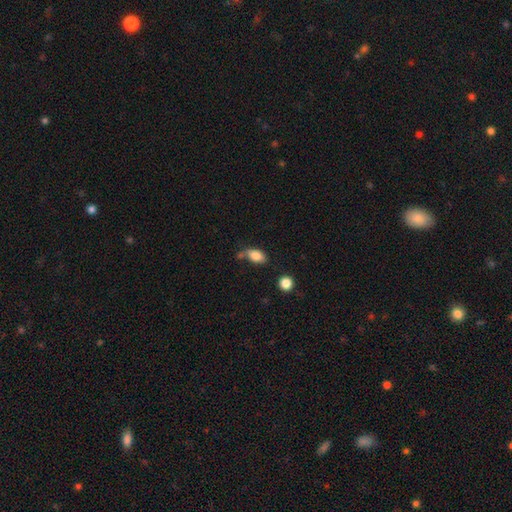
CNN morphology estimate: This appears to be a smooth galaxy with no disk features (82%) that is in between round and cigar-shaped (89%). Merging: none (54%).